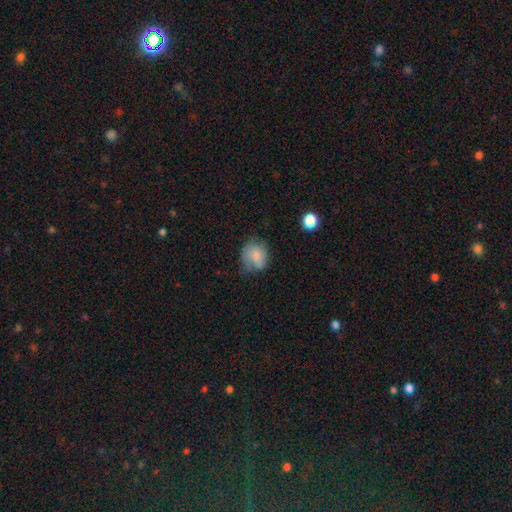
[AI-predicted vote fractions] Smooth or featured?
  - smooth: 73% *
  - featured or disk: 18%
  - star or artifact: 9%
How rounded?
  - round: 65% *
  - in between: 34%
  - cigar-shaped: 1%
Merging?
  - none: 48% *
  - minor disturbance: 34%
  - major disturbance: 15%
  - merger: 2%